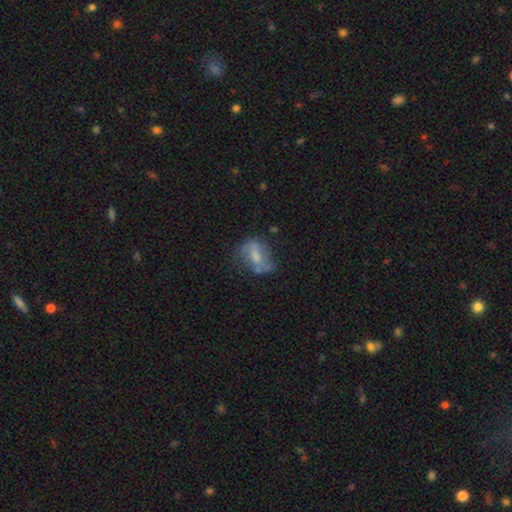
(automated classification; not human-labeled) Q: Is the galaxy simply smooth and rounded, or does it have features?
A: featured or disk — 49%.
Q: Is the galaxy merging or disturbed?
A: none — 45%.